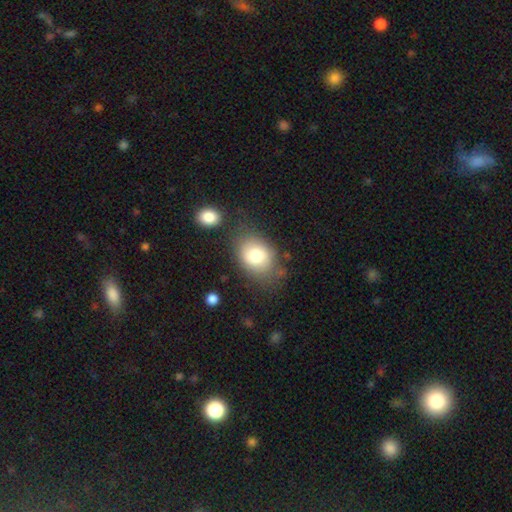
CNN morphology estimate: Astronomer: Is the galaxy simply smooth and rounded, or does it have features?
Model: smooth — 79%.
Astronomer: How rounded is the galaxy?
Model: in between — 67%.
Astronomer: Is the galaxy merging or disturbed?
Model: none — 66%.